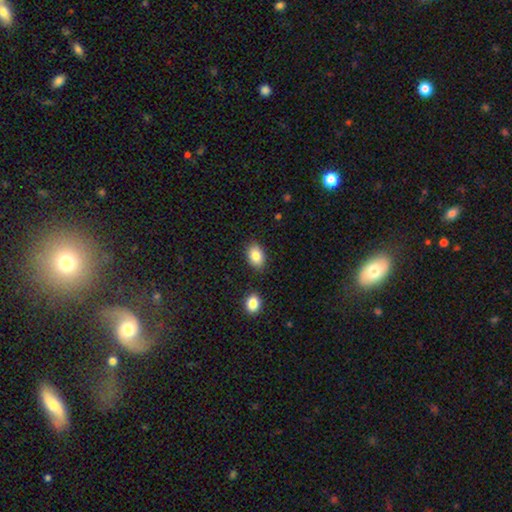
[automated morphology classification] This is clearly a smooth galaxy (85%). How rounded: clearly in between (85%). Merging: clearly none (83%).